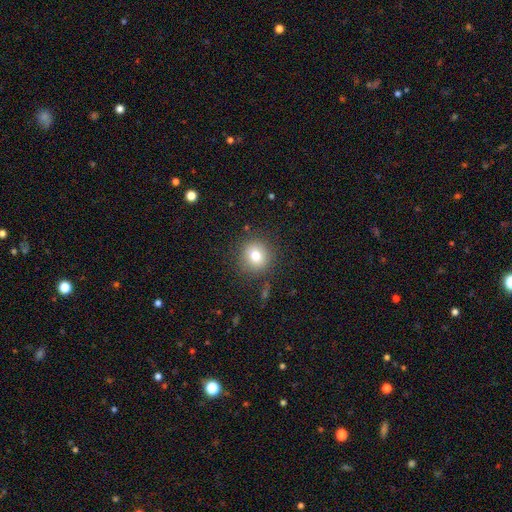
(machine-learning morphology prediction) A smooth galaxy with no disk features (77%) that is round (90%).

Vote fractions:
- Smooth or featured? smooth: 77% / star or artifact: 12% / featured or disk: 11%
- How rounded? round: 90% / in between: 9% / cigar-shaped: 1%
- Merging? none: 87% / minor disturbance: 8% / major disturbance: 3% / merger: 1%